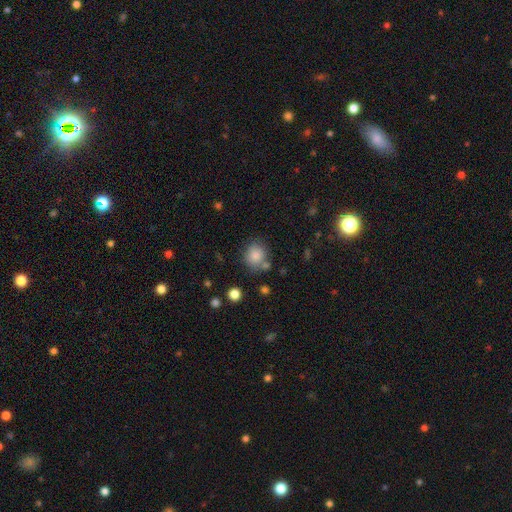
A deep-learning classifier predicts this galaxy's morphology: Smooth or featured: smooth — 84% (star or artifact — 10%)
How rounded: round — 77% (in between — 22%)
Merging: none — 69% (minor disturbance — 14%)